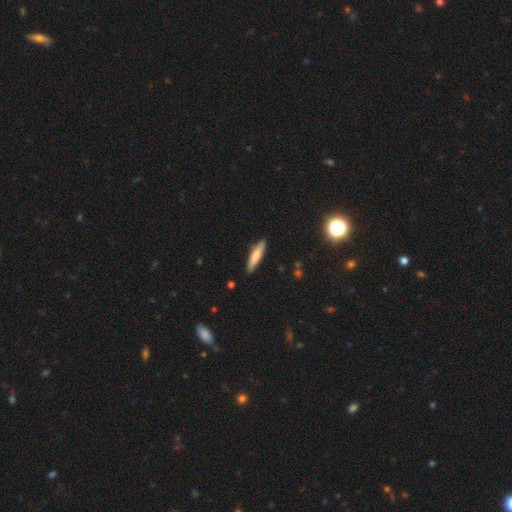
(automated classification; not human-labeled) Overall: smooth (75%). How rounded: cigar-shaped (82%). Merging: none (87%).